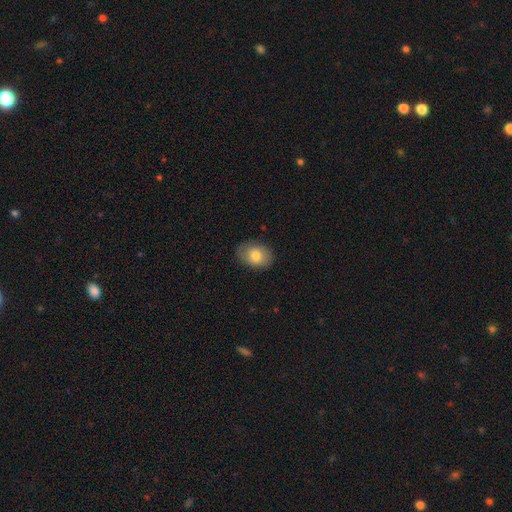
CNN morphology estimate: This is likely a smooth galaxy (75%). How rounded: likely in between (74%). Merging: likely none (79%).